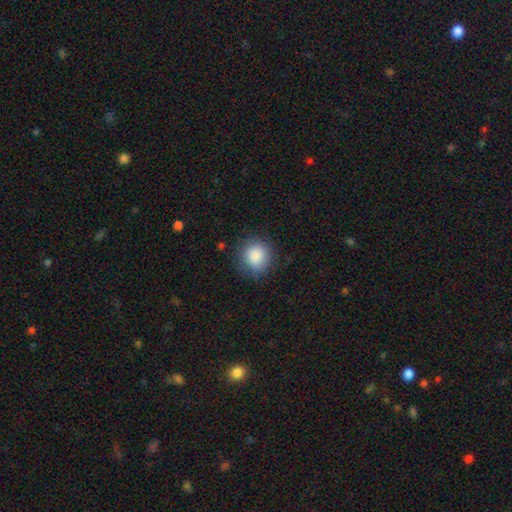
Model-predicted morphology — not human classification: Smooth or featured?
  - smooth: 88% *
  - star or artifact: 8%
  - featured or disk: 4%
How rounded?
  - round: 87% *
  - in between: 12%
  - cigar-shaped: 1%
Merging?
  - none: 84% *
  - minor disturbance: 11%
  - major disturbance: 4%
  - merger: 1%